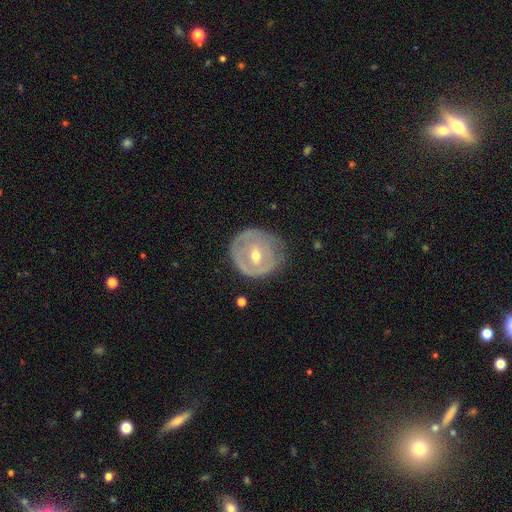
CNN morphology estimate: smooth-or-featured: featured or disk: 64% | smooth: 29% | star or artifact: 6%
  disk-edge-on: no: 95% | yes: 5%
    bar: weak: 44% | no: 39% | strong: 18%
    has-spiral-arms: no: 54% | yes: 46%
    bulge-size: moderate: 62% | small: 34% | large: 2% | none: 1% | dominant: 1%
  merging: none: 67% | minor disturbance: 22% | major disturbance: 8% | merger: 2%